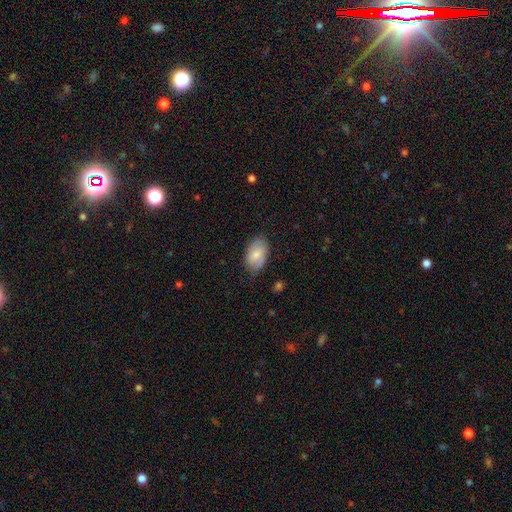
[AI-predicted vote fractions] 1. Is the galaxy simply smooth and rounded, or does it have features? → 76% smooth, 18% featured or disk, 6% star or artifact.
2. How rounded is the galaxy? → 93% in between, 6% round, 1% cigar-shaped.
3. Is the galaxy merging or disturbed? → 75% none, 20% minor disturbance, 4% major disturbance, 1% merger.